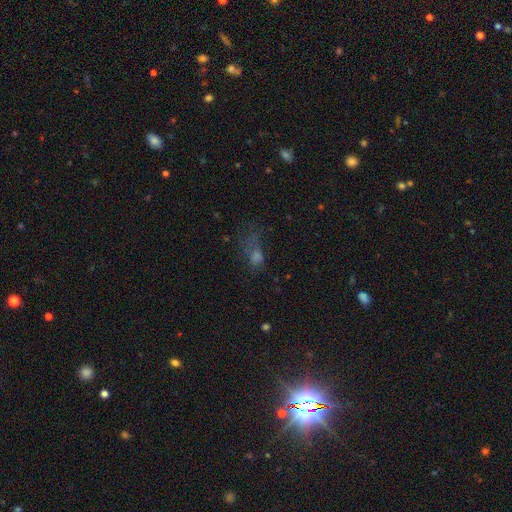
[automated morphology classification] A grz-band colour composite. It shows a smooth galaxy with no disk features (47%). Merging: major disturbance (38%).